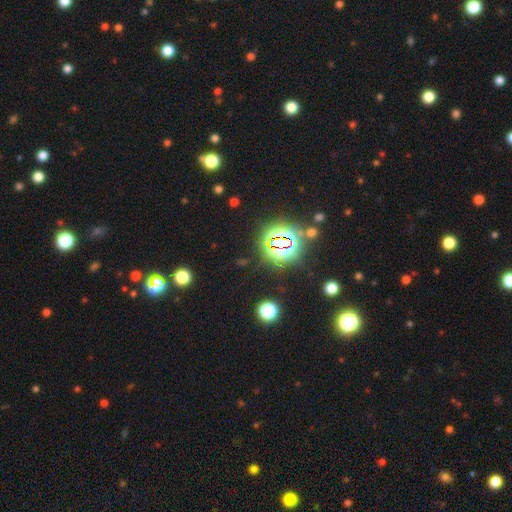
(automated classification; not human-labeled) Smooth or featured?
  - star or artifact: 75% *
  - smooth: 18%
  - featured or disk: 7%